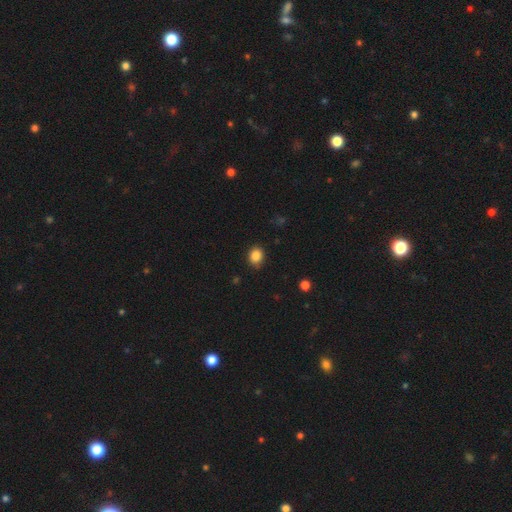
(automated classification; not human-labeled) This appears to be a smooth galaxy with no disk features (86%) that is round (56%). Merging: none (82%).